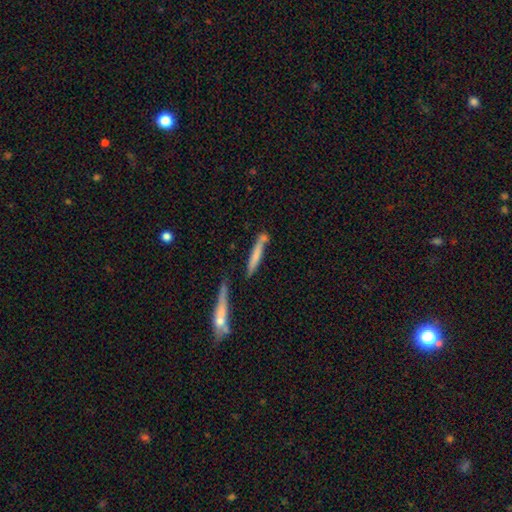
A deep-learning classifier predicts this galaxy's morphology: smooth-or-featured: smooth: 65% | featured or disk: 29% | star or artifact: 6%
  how-rounded: cigar-shaped: 94% | in between: 5% | round: 1%
  merging: none: 60% | minor disturbance: 18% | merger: 16% | major disturbance: 6%